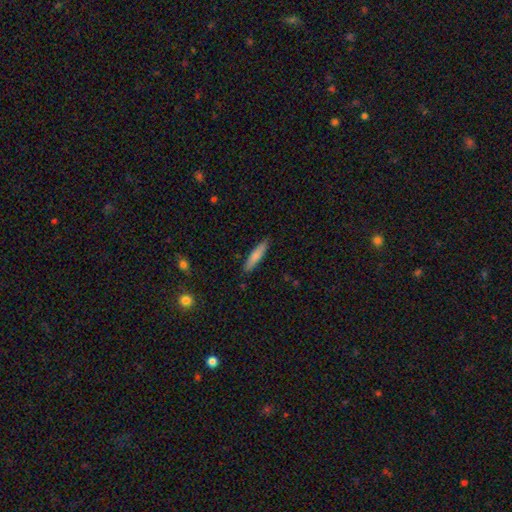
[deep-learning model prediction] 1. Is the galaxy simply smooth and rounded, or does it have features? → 77% smooth, 17% featured or disk, 6% star or artifact.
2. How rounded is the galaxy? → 85% cigar-shaped, 13% in between, 1% round.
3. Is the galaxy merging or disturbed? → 88% none, 9% minor disturbance, 2% major disturbance, 1% merger.